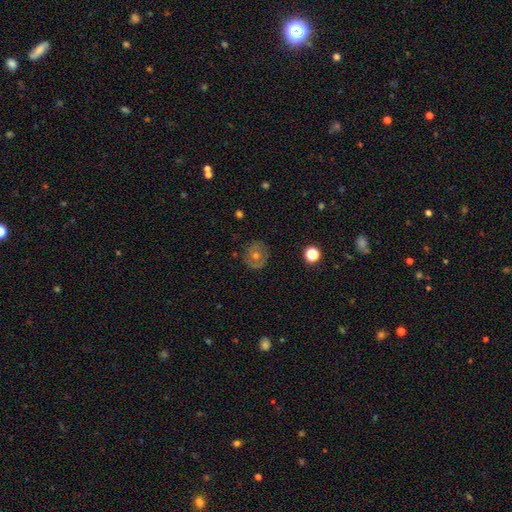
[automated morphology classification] Q: Smooth or featured?
A: featured or disk (45%); runner-up: smooth (41%)
Q: Merging?
A: none (83%); runner-up: minor disturbance (12%)